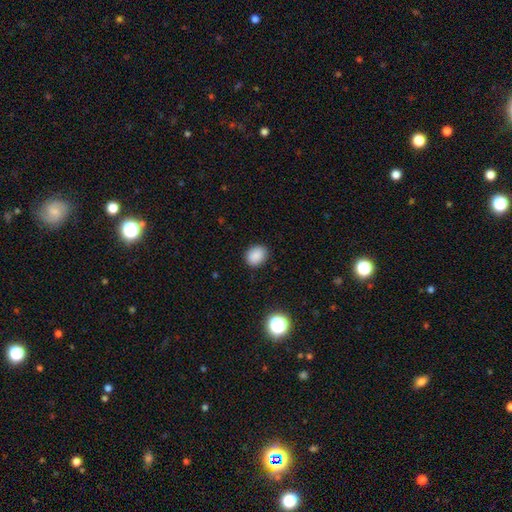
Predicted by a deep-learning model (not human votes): Smooth or featured: smooth — 87% (star or artifact — 10%)
How rounded: in between — 52% (round — 47%)
Merging: none — 88% (minor disturbance — 9%)